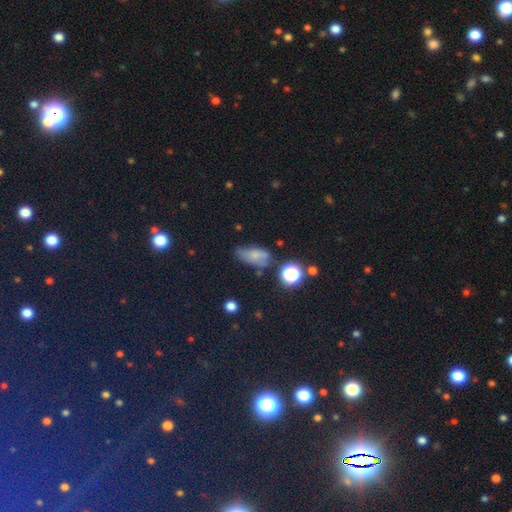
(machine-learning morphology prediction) smooth-or-featured: smooth: 63% | featured or disk: 19% | star or artifact: 18%
  how-rounded: in between: 82% | round: 11% | cigar-shaped: 7%
  merging: none: 43% | minor disturbance: 33% | major disturbance: 15% | merger: 8%